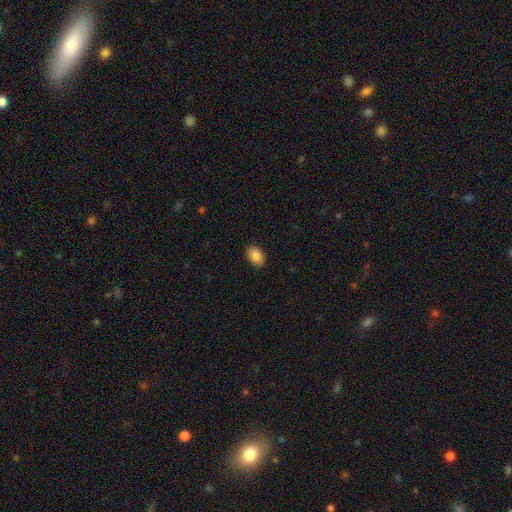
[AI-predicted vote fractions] Smooth or featured?
  - smooth: 85% *
  - featured or disk: 8%
  - star or artifact: 7%
How rounded?
  - in between: 86% *
  - round: 13%
  - cigar-shaped: 1%
Merging?
  - none: 87% *
  - minor disturbance: 10%
  - major disturbance: 2%
  - merger: 1%